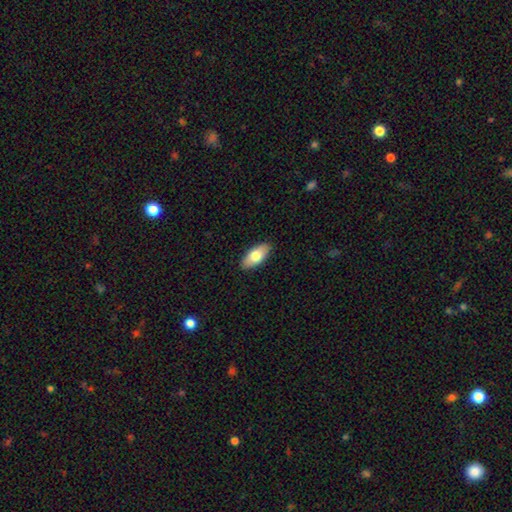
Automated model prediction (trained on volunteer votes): Smooth or featured?
  - smooth: 74% *
  - featured or disk: 20%
  - star or artifact: 6%
How rounded?
  - in between: 90% *
  - cigar-shaped: 8%
  - round: 3%
Merging?
  - none: 89% *
  - minor disturbance: 8%
  - major disturbance: 2%
  - merger: 1%